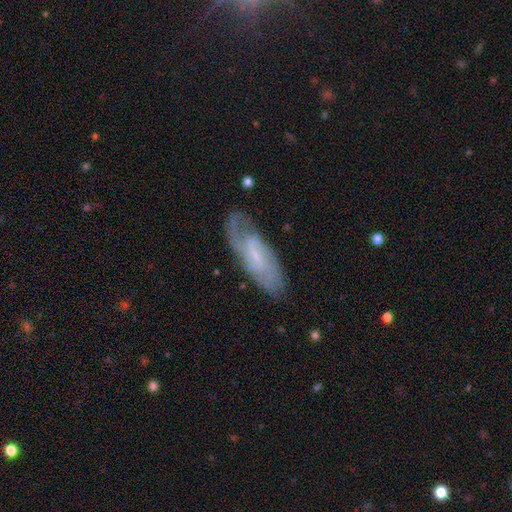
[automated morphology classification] smooth-or-featured: featured or disk: 77% | smooth: 17% | star or artifact: 6%
  disk-edge-on: no: 88% | yes: 12%
    bar: weak: 52% | no: 34% | strong: 14%
    has-spiral-arms: yes: 91% | no: 9%
      spiral-winding: medium: 43% | tight: 40% | loose: 17%
      spiral-arm-count: 2: 52% | can't tell: 29% | 3: 7% | 1: 6% | 4: 3% | more than 4: 2%
    bulge-size: small: 70% | moderate: 18% | none: 10% | large: 1% | dominant: 1%
  merging: none: 72% | minor disturbance: 19% | major disturbance: 7% | merger: 2%